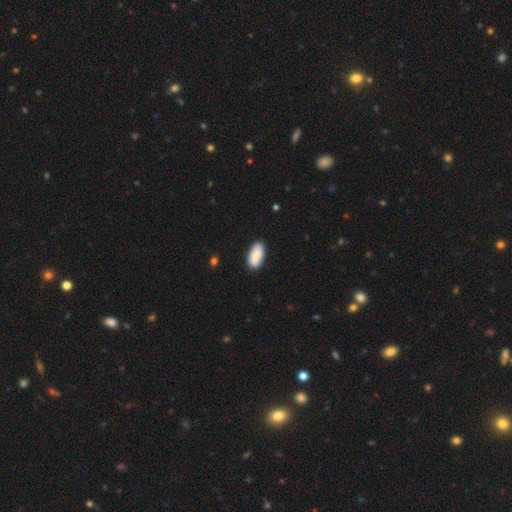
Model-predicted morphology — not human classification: A smooth galaxy with no disk features (79%) that is in between round and cigar-shaped (92%).

Vote fractions:
- Smooth or featured? smooth: 79% / featured or disk: 15% / star or artifact: 6%
- How rounded? in between: 92% / cigar-shaped: 5% / round: 2%
- Merging? none: 83% / minor disturbance: 13% / major disturbance: 2% / merger: 2%